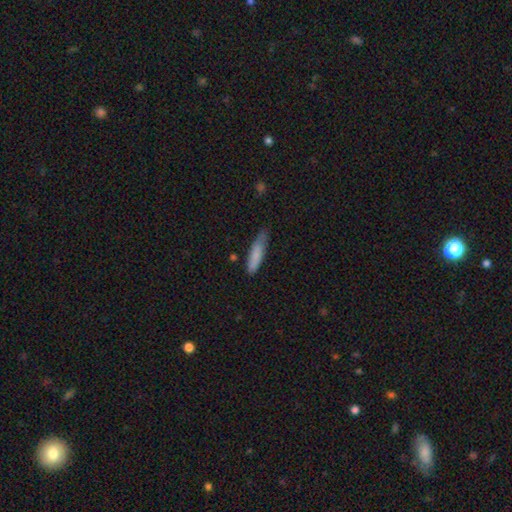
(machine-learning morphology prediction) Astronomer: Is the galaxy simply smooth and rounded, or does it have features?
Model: smooth — 81%.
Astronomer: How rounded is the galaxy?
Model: cigar-shaped — 69%.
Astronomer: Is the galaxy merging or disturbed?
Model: none — 61%.